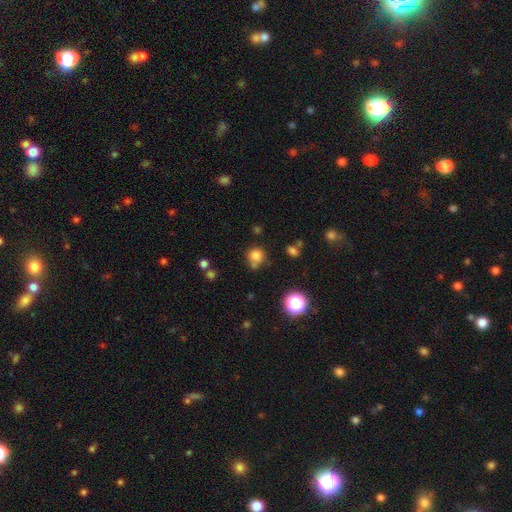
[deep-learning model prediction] Smooth or featured? smooth (79%)
How rounded? round (89%)
Merging? none (66%)